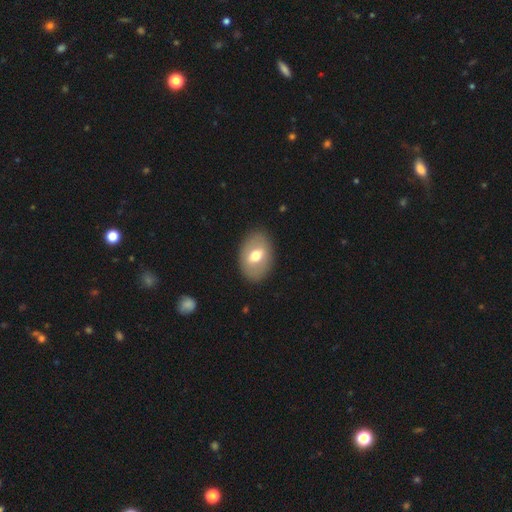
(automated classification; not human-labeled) smooth-or-featured: smooth: 59% | featured or disk: 34% | star or artifact: 7%
  how-rounded: in between: 82% | round: 16% | cigar-shaped: 1%
  merging: none: 86% | minor disturbance: 10% | major disturbance: 3% | merger: 1%